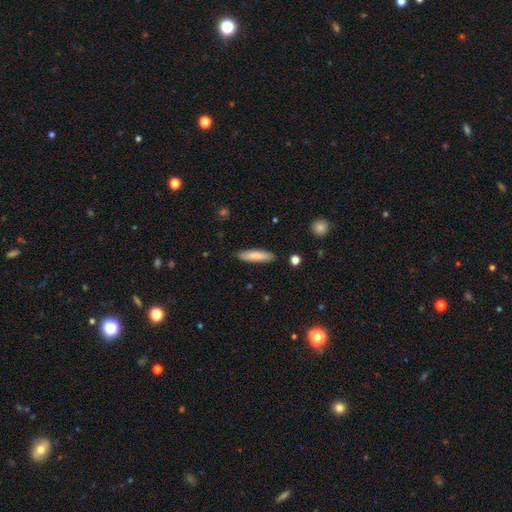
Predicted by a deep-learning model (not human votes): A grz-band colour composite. It shows a smooth galaxy with no disk features (82%) that is cigar-shaped (78%). Merging: none (89%).